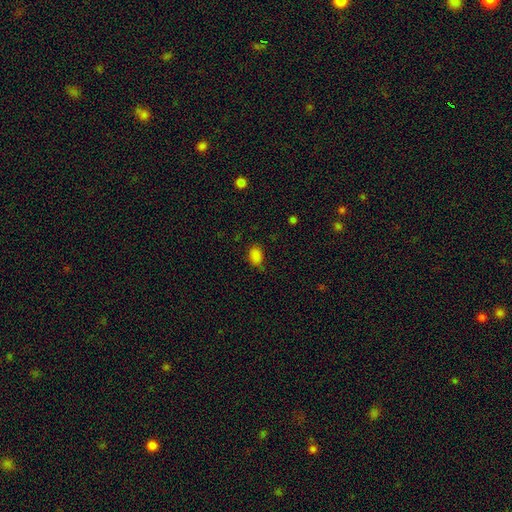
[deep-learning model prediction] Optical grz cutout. It shows a smooth galaxy with no disk features (84%) that is in between round and cigar-shaped (81%). Merging: none (68%).